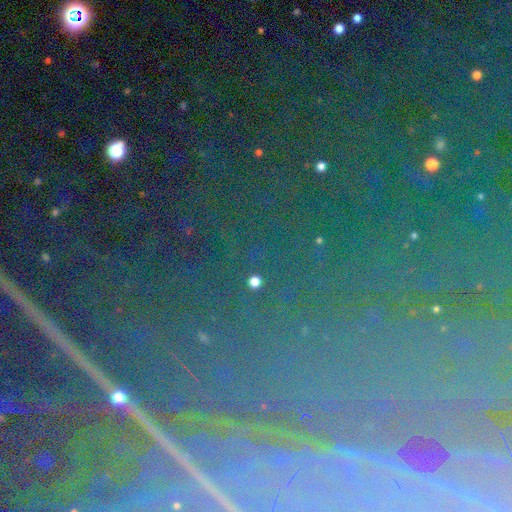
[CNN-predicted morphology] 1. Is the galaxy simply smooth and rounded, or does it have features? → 81% star or artifact, 10% smooth, 10% featured or disk.